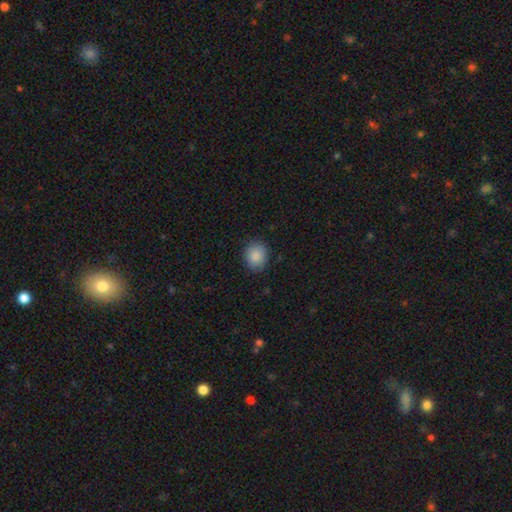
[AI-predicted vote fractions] smooth-or-featured: smooth: 89% | star or artifact: 8% | featured or disk: 4%
  how-rounded: round: 64% | in between: 35% | cigar-shaped: 1%
  merging: none: 87% | minor disturbance: 10% | major disturbance: 2% | merger: 1%